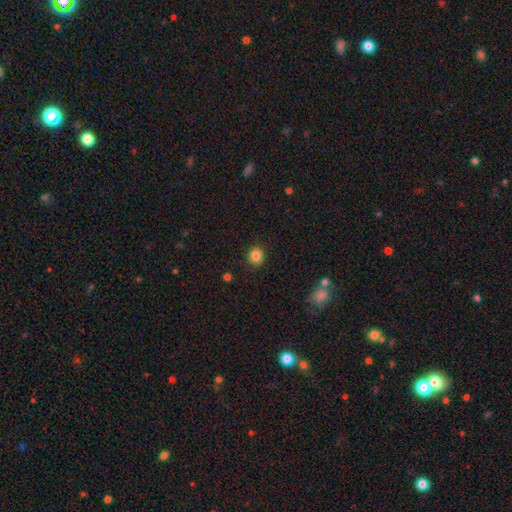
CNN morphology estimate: The model was most divided on "smooth or featured": smooth: 84%, star or artifact: 11%, featured or disk: 5%. More confident: merging — none (91%); how rounded — round (87%).